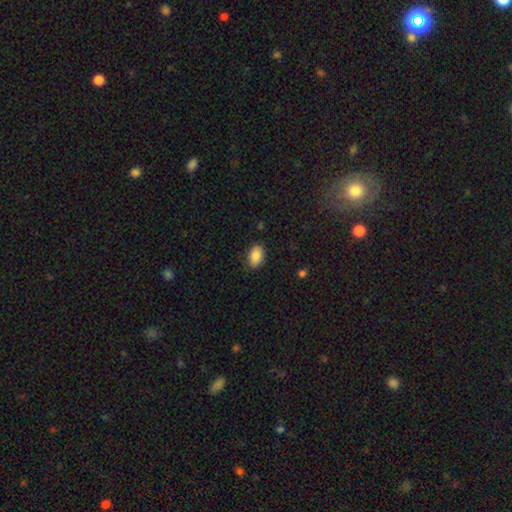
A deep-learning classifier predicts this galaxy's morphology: A smooth galaxy with no disk features (88%) that is in between round and cigar-shaped (87%). Merging: none (86%).